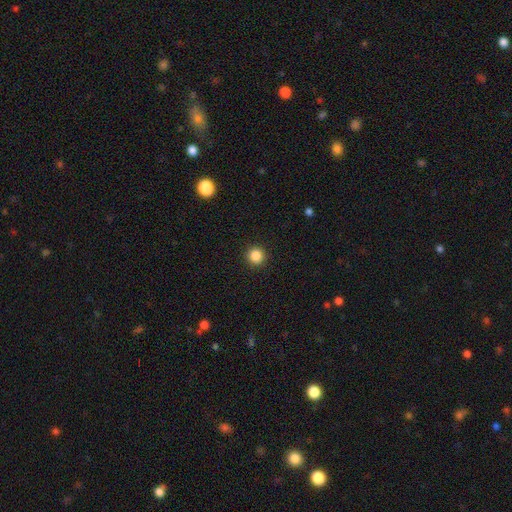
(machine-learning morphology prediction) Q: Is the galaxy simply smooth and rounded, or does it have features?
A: smooth — 86%.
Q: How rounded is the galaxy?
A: round — 94%.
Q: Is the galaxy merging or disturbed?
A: none — 92%.